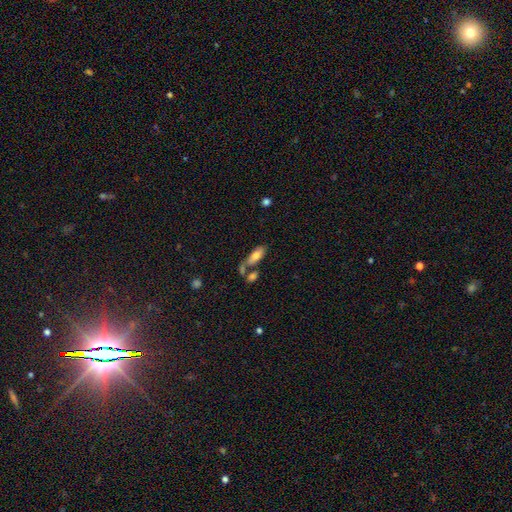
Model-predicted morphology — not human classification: Smooth or featured: smooth — 72% (featured or disk — 20%)
How rounded: in between — 77% (cigar-shaped — 20%)
Merging: none — 50% (merger — 30%)